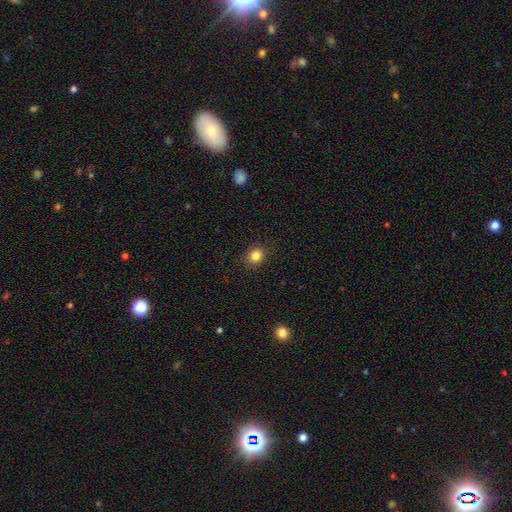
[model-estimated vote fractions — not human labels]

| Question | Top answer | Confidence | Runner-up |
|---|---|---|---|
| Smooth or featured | smooth | 83% | star or artifact (12%) |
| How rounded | round | 84% | in between (16%) |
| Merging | none | 90% | minor disturbance (7%) |